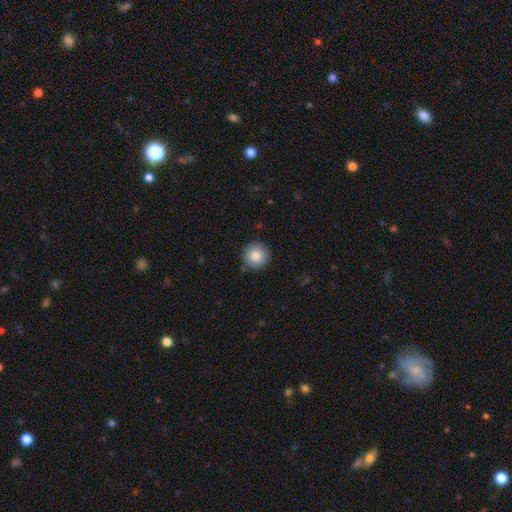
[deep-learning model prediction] Morphology: type=smooth (85%); roundness=round (95%); merging=none (89%).